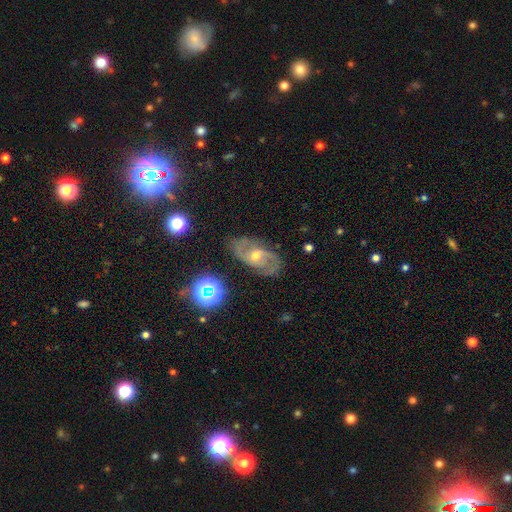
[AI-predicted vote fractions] Q: Smooth or featured?
A: featured or disk (81%); runner-up: smooth (10%)
Q: Edge-on disk?
A: no (95%); runner-up: yes (5%)
Q: Bar?
A: no (47%); runner-up: weak (42%)
Q: Spiral arms?
A: yes (94%); runner-up: no (6%)
Q: Spiral winding?
A: medium (53%); runner-up: tight (29%)
Q: Spiral arm count?
A: 2 (80%); runner-up: can't tell (9%)
Q: Bulge size?
A: moderate (60%); runner-up: small (36%)
Q: Merging?
A: none (79%); runner-up: minor disturbance (15%)